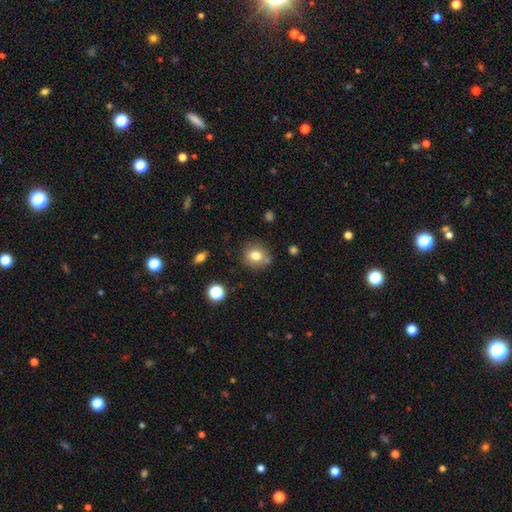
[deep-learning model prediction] A smooth galaxy with no disk features (77%) that is round (81%).

Vote fractions:
- Smooth or featured? smooth: 77% / star or artifact: 12% / featured or disk: 11%
- How rounded? round: 81% / in between: 18% / cigar-shaped: 1%
- Merging? none: 77% / minor disturbance: 13% / merger: 7% / major disturbance: 3%